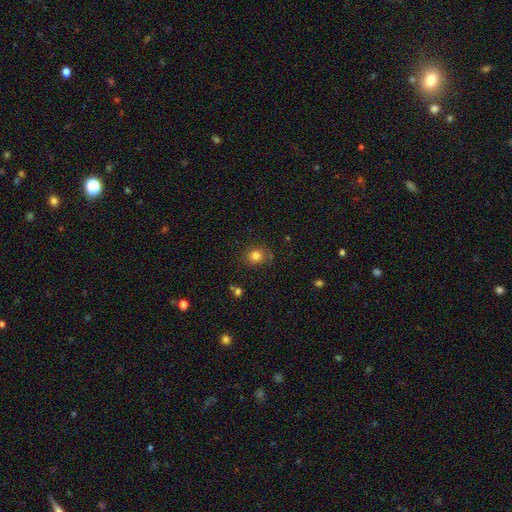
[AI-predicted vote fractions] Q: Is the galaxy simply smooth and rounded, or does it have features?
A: smooth — 81%.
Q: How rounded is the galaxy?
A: round — 80%.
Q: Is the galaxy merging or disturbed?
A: none — 80%.